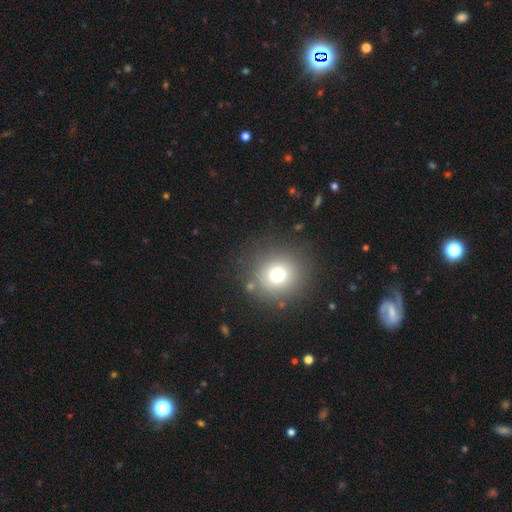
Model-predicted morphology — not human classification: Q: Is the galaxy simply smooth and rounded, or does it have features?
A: smooth — 58%.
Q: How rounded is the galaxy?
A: round — 92%.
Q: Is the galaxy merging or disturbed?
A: none — 88%.